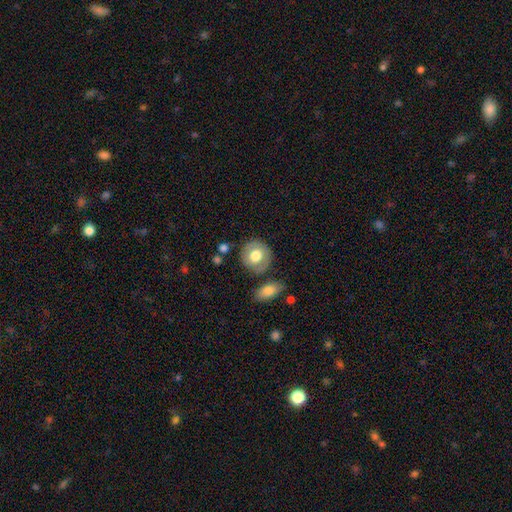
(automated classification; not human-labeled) This appears to be a smooth galaxy with no disk features (67%) that is round (86%). Merging: none (79%).